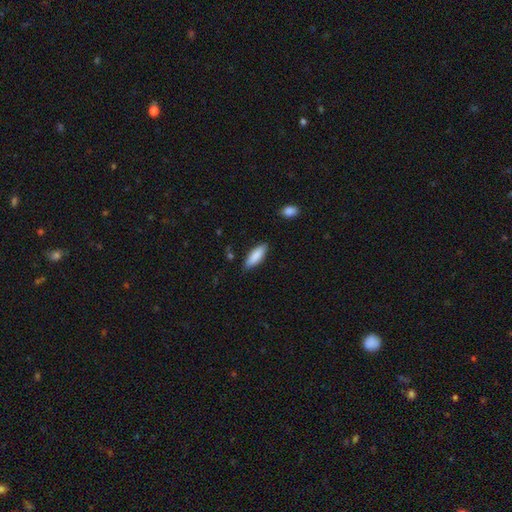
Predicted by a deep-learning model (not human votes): Q: Smooth or featured?
A: smooth (87%); runner-up: featured or disk (8%)
Q: How rounded?
A: in between (58%); runner-up: cigar-shaped (40%)
Q: Merging?
A: none (85%); runner-up: minor disturbance (11%)